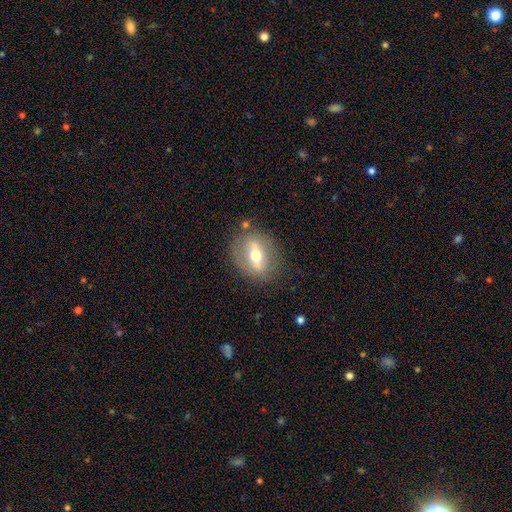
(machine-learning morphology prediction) A featured or disk galaxy (60%). Merging: none (79%).